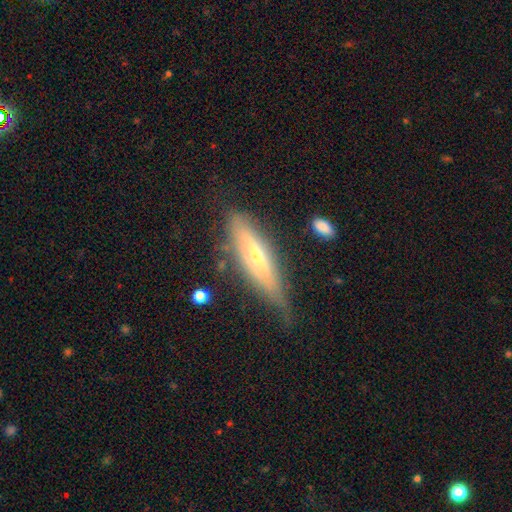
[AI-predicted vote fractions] Smooth or featured: featured or disk — 63% (smooth — 30%)
Edge-on disk: yes — 85% (no — 15%)
Edge-on bulge: rounded — 68% (none — 22%)
Merging: none — 63% (minor disturbance — 26%)